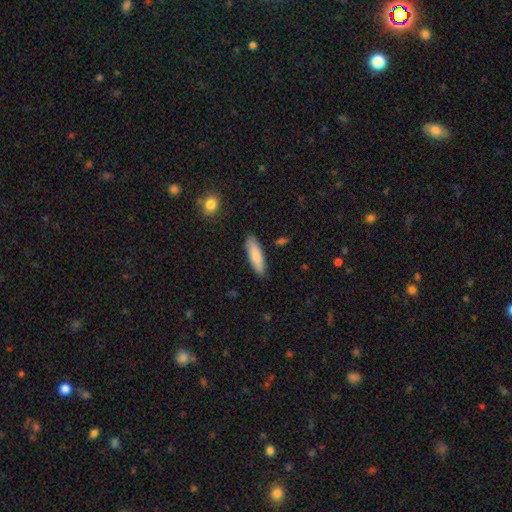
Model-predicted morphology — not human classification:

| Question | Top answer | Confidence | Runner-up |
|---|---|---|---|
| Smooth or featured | smooth | 85% | featured or disk (10%) |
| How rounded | cigar-shaped | 55% | in between (43%) |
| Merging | none | 87% | minor disturbance (9%) |